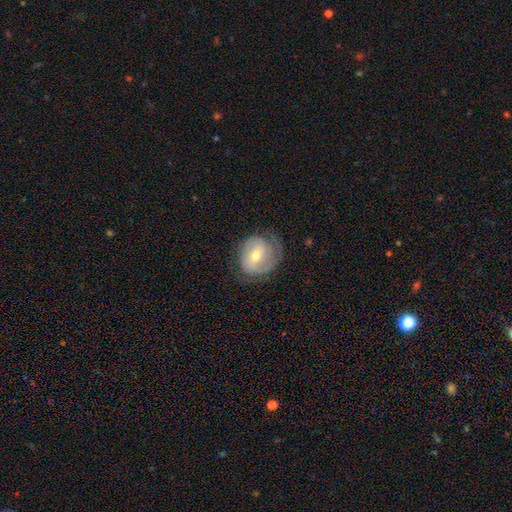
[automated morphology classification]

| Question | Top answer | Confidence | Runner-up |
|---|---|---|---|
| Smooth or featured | featured or disk | 63% | smooth (31%) |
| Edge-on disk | no | 97% | yes (3%) |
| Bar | no | 46% | weak (41%) |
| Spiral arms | yes | 83% | no (17%) |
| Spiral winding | tight | 52% | medium (33%) |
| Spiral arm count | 2 | 52% | can't tell (21%) |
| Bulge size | moderate | 61% | small (34%) |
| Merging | none | 63% | minor disturbance (23%) |